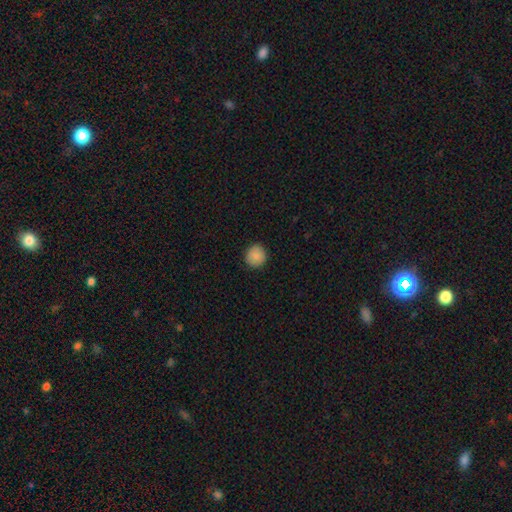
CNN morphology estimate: smooth_or_featured: smooth (p=0.89) [alt: star or artifact p=0.08]
how_rounded: round (p=0.91) [alt: in between p=0.08]
merging: none (p=0.90) [alt: minor disturbance p=0.07]